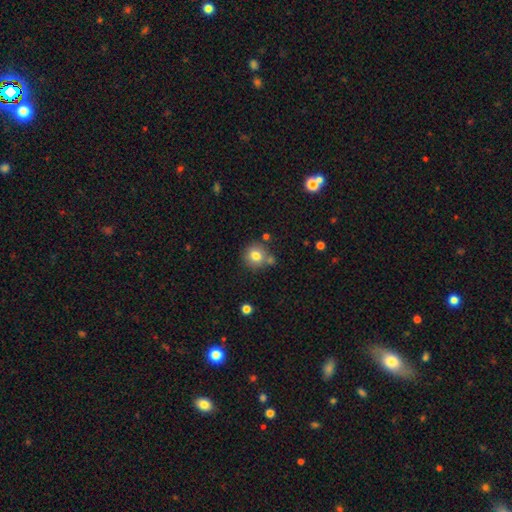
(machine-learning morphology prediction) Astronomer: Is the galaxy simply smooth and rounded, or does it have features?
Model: smooth — 79%.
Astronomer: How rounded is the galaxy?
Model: round — 89%.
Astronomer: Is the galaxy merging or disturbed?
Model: none — 70%.